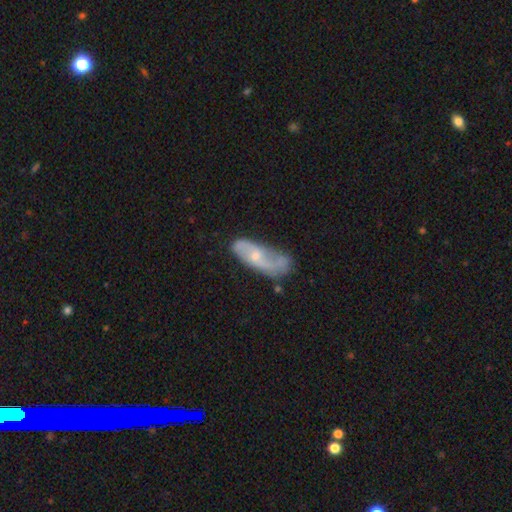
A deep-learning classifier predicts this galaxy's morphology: Smooth or featured: featured or disk — 66% (smooth — 27%)
Edge-on disk: no — 90% (yes — 10%)
Bar: no — 67% (weak — 26%)
Spiral arms: yes — 80% (no — 20%)
Bulge size: small — 62% (moderate — 32%)
Merging: none — 44% (minor disturbance — 32%)